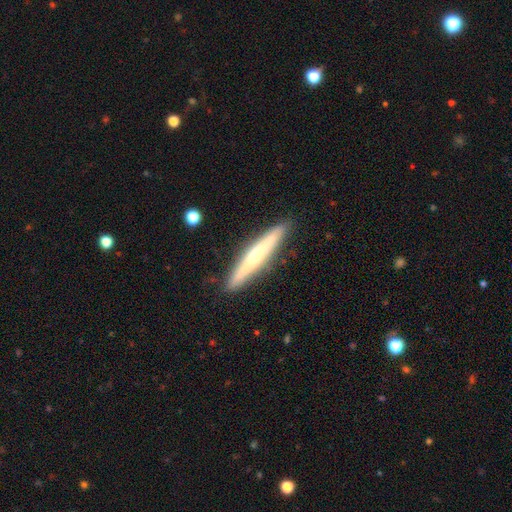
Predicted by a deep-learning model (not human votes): Overall: featured or disk (56%; smooth 38%). Edge-on disk: yes (95%). Edge-on bulge: rounded (69%). Merging: none (90%).